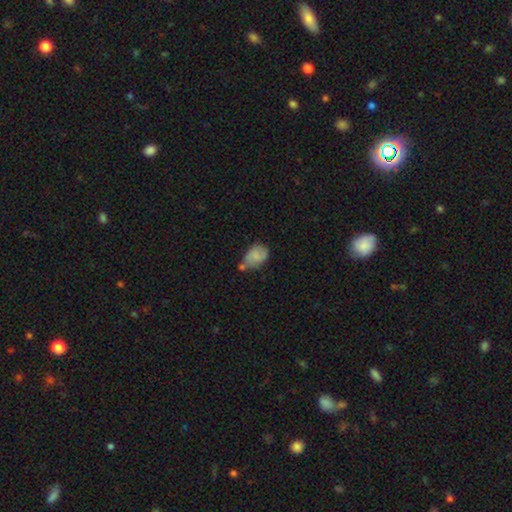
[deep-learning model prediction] Smooth or featured? Predicted: smooth (p=0.75). How rounded? Predicted: in between (p=0.81). Merging? Predicted: none (p=0.39).